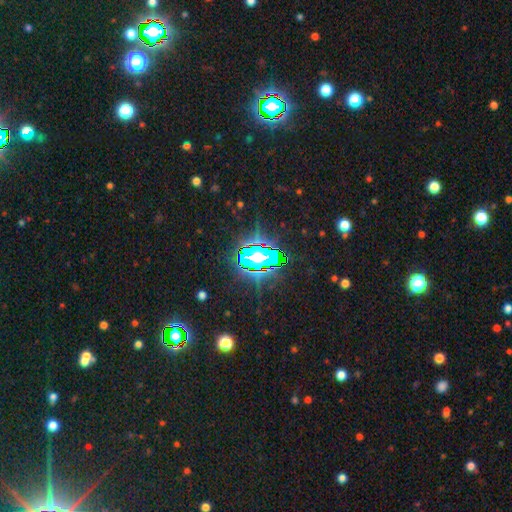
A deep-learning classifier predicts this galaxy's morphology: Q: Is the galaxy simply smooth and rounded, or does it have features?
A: star or artifact — 83%.